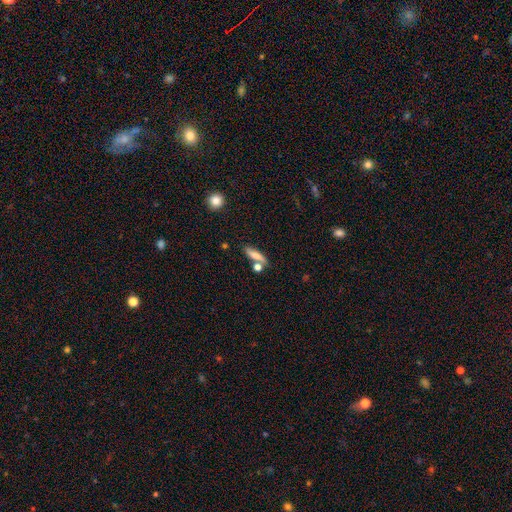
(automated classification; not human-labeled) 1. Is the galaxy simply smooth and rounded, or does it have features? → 69% smooth, 22% featured or disk, 9% star or artifact.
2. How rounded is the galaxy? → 64% cigar-shaped, 31% in between, 6% round.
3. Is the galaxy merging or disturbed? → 63% none, 17% merger, 15% minor disturbance, 5% major disturbance.